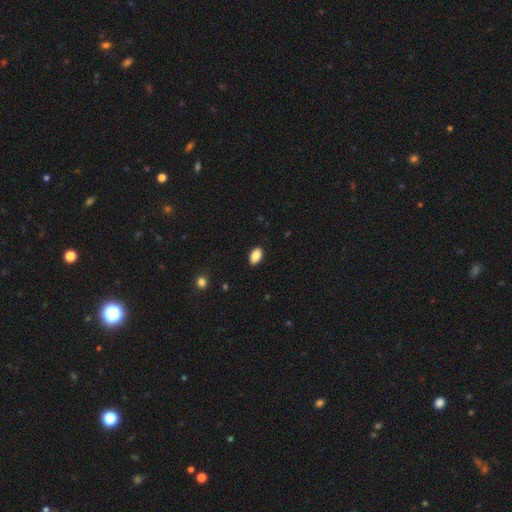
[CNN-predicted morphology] type=smooth (87%); roundness=in between (93%); merging=none (89%).